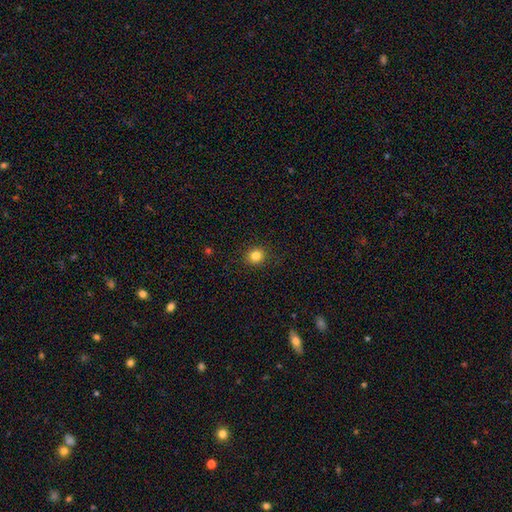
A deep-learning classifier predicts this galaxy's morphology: Smooth or featured: smooth — 82% (star or artifact — 12%)
How rounded: round — 86% (in between — 13%)
Merging: none — 90% (minor disturbance — 7%)